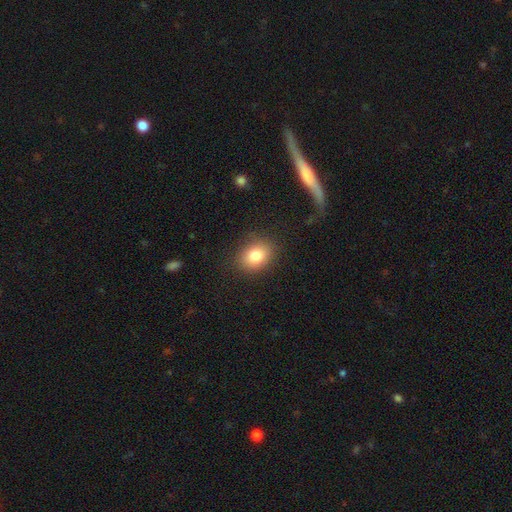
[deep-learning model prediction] The model was most divided on "how rounded": in between: 59%, round: 40%, cigar-shaped: 1%. More confident: merging — none (86%); smooth or featured — smooth (82%).